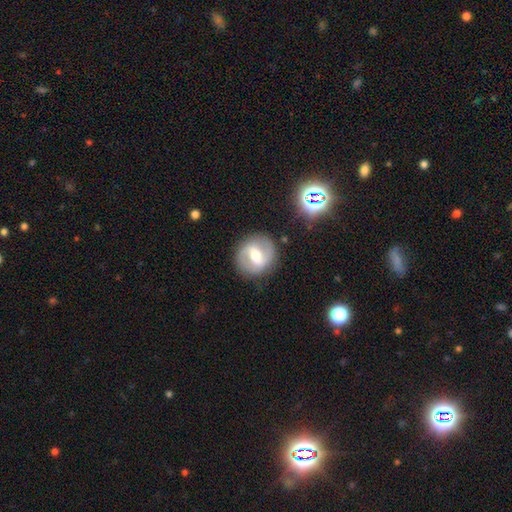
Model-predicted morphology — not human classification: A featured or disk galaxy (69%) with a strong bar (43%), spiral arms (74%) and a moderate central bulge (69%). Merging: none (85%).